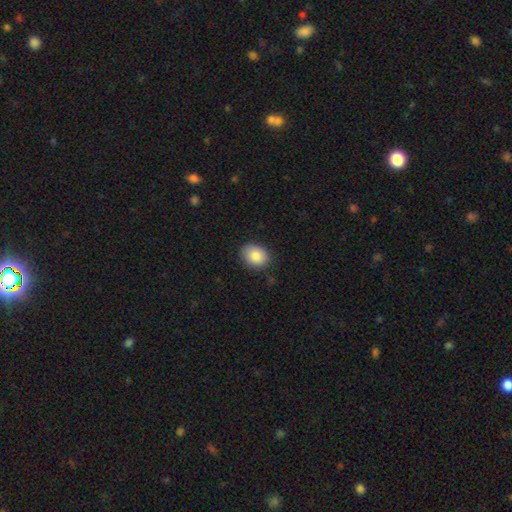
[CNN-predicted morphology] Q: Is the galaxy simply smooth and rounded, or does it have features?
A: smooth — 86%.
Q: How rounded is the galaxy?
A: in between — 59%.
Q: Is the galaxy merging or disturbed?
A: none — 84%.